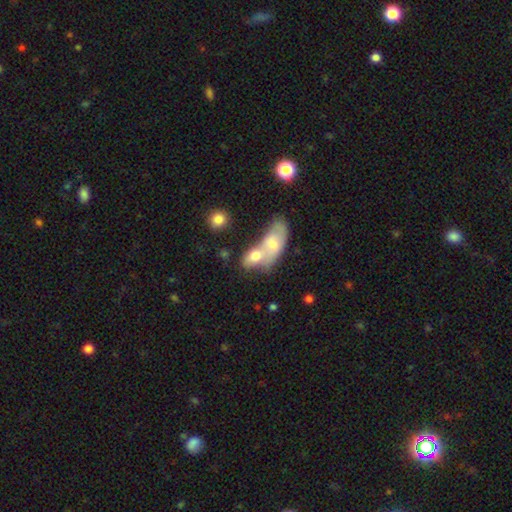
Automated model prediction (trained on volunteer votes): smooth 66%, featured or disk 25%, star or artifact 8%. Down the decision tree: how rounded — in between (80%); merging — merger (73%).